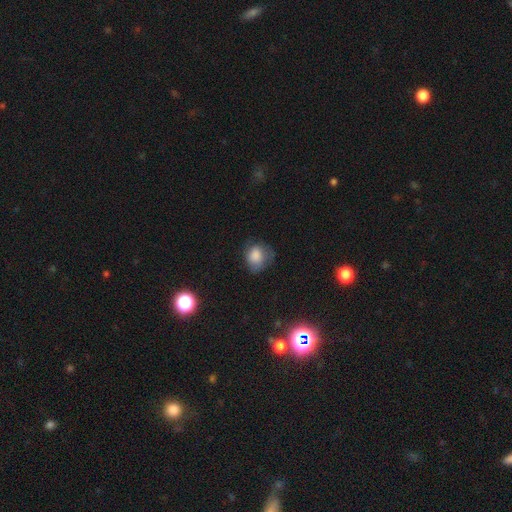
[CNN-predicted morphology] type=smooth (77%); roundness=round (58%); merging=none (50%).